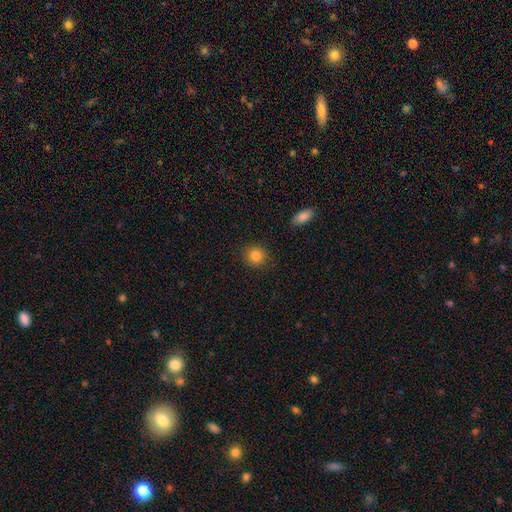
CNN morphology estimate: Smooth or featured?
  - smooth: 85% *
  - star or artifact: 10%
  - featured or disk: 5%
How rounded?
  - round: 87% *
  - in between: 12%
  - cigar-shaped: 1%
Merging?
  - none: 88% *
  - minor disturbance: 8%
  - major disturbance: 2%
  - merger: 1%